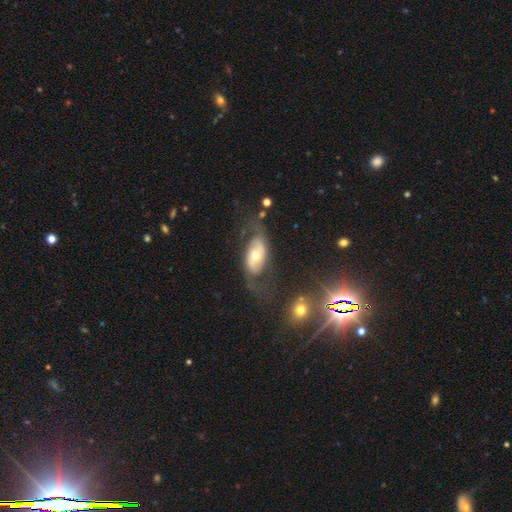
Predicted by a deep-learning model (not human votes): This appears to be a featured or disk galaxy (61%) with no bar (64%), spiral arms (62%) and a moderate central bulge (72%). Merging: none (57%).